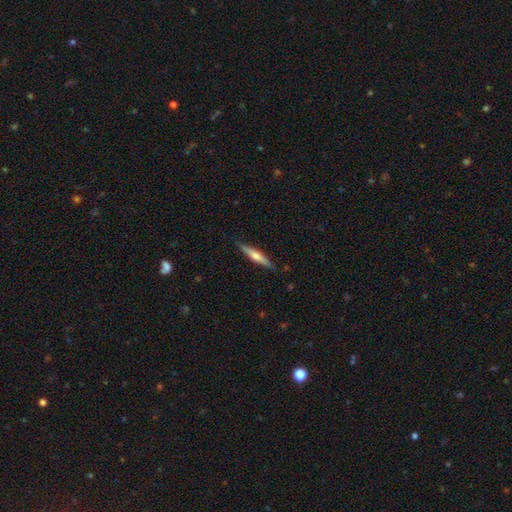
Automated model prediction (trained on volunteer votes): smooth_or_featured: featured or disk (p=0.53) [alt: smooth p=0.42]
disk_edge_on: yes (p=0.97) [alt: no p=0.03]
edge_on_bulge: rounded (p=0.73) [alt: boxy p=0.14]
merging: none (p=0.88) [alt: minor disturbance p=0.09]